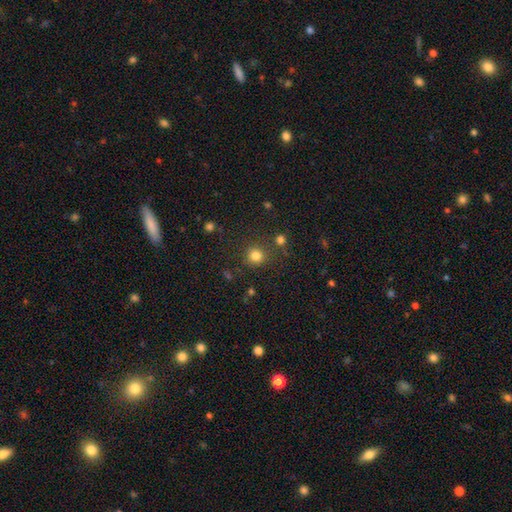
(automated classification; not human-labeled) This appears to be a smooth galaxy with no disk features (80%) that is round (90%). Merging: none (82%).